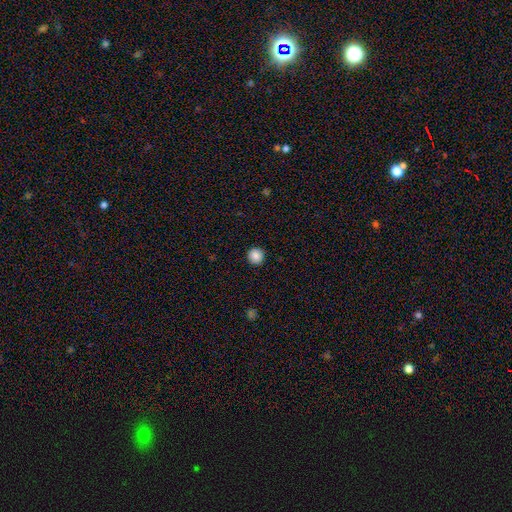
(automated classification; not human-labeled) Q: Smooth or featured?
A: smooth (87%); runner-up: star or artifact (9%)
Q: How rounded?
A: round (96%); runner-up: in between (3%)
Q: Merging?
A: none (92%); runner-up: minor disturbance (5%)